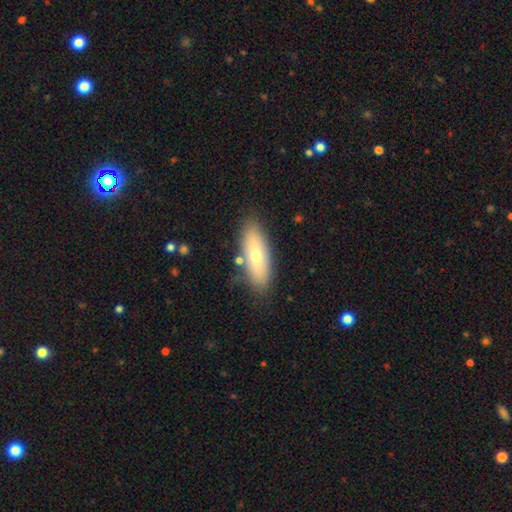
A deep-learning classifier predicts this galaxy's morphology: type=smooth (66%); roundness=in between (66%); merging=none (82%).